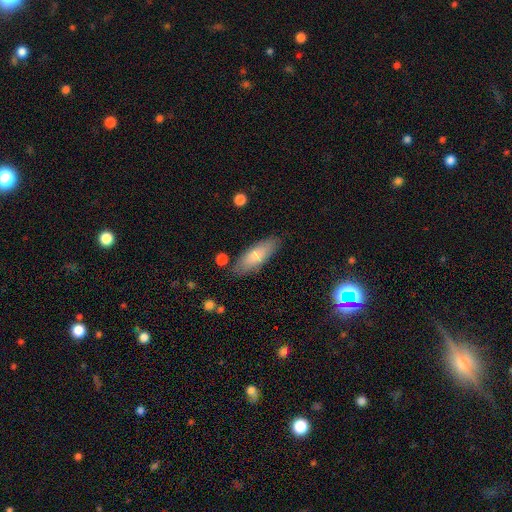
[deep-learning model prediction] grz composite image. It shows a smooth galaxy with no disk features (76%) that is in between round and cigar-shaped (65%). Merging: none (80%).